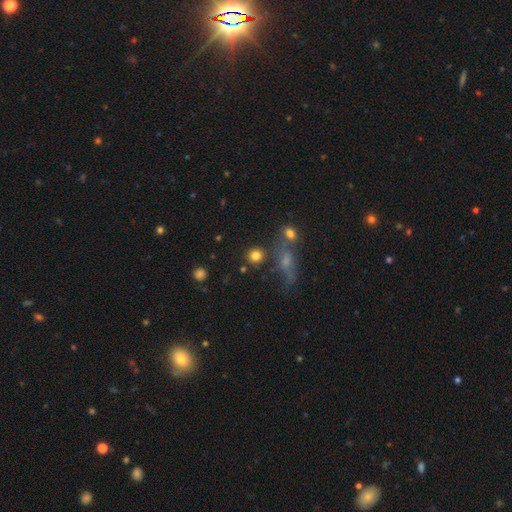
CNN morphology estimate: Smooth or featured: smooth — 80% (star or artifact — 12%)
How rounded: round — 87% (in between — 11%)
Merging: none — 73% (merger — 12%)